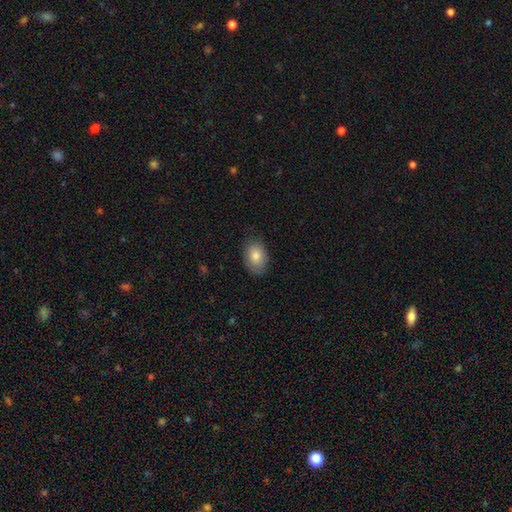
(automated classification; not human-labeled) This is clearly a smooth galaxy (81%). How rounded: clearly in between (82%). Merging: clearly none (82%).